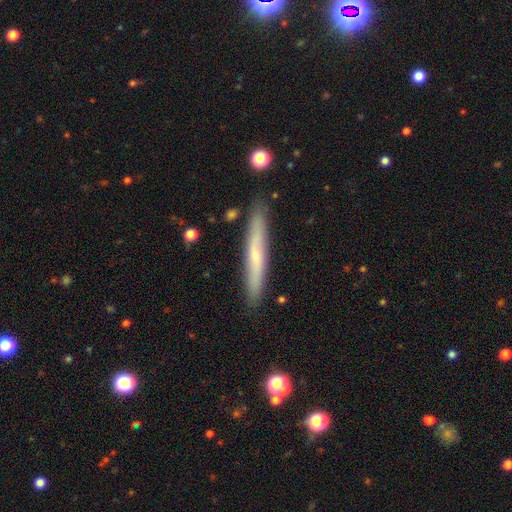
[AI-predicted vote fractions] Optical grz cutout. It shows a smooth galaxy with no disk features (49%). Merging: none (88%).